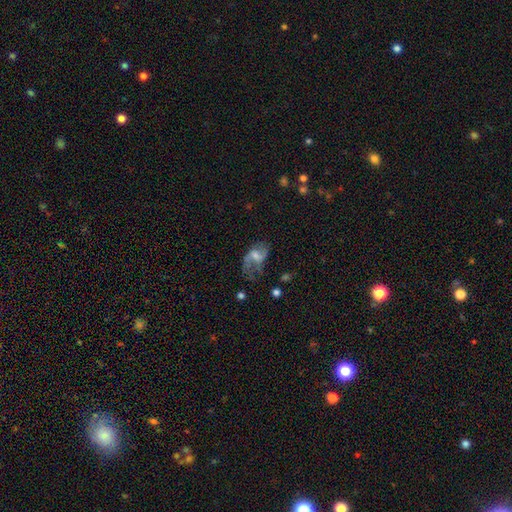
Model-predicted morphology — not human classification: type=featured or disk (60%); edge-on=no (96%); bar=weak (50%); spiral arms=yes (72%); bulge=moderate (38%); merging=none (36%).